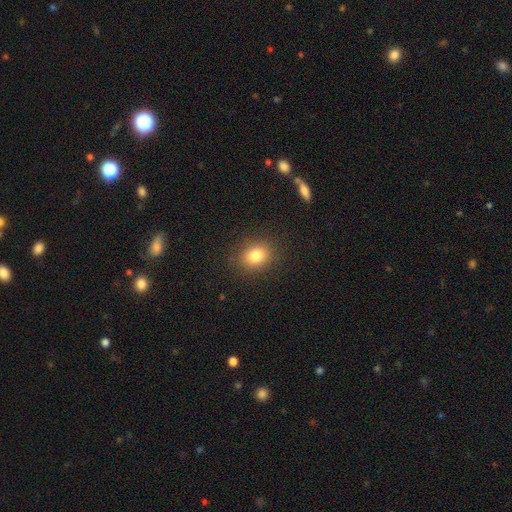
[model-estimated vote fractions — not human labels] Smooth or featured? smooth (81%)
How rounded? round (51%)
Merging? none (87%)